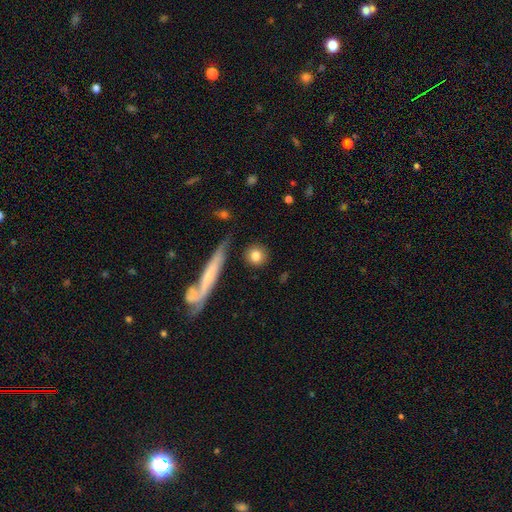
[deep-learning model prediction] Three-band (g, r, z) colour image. It shows a smooth galaxy with no disk features (81%) that is round (87%). Merging: none (84%).